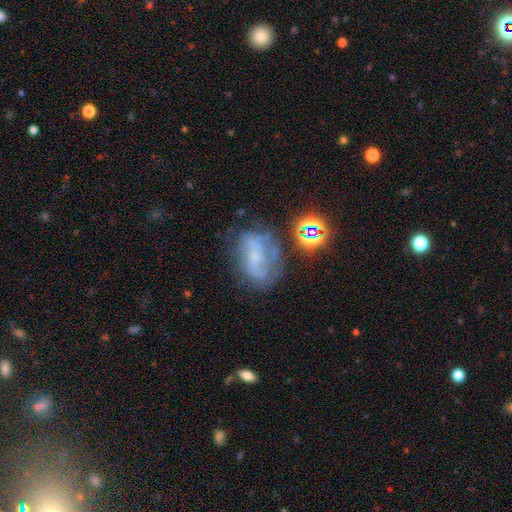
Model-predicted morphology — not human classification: Smooth or featured? Predicted: featured or disk (p=0.56). Edge-on disk? Predicted: no (p=0.95). Bar? Predicted: no (p=0.44). Spiral arms? Predicted: yes (p=0.65). Bulge size? Predicted: small (p=0.55). Merging? Predicted: none (p=0.51).